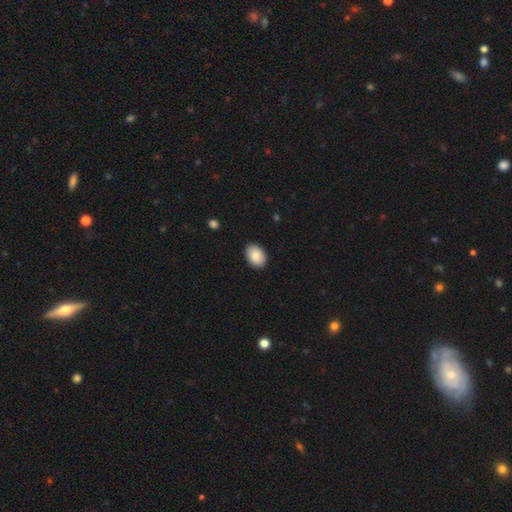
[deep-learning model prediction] Morphology: type=smooth (87%); roundness=in between (84%); merging=none (89%).